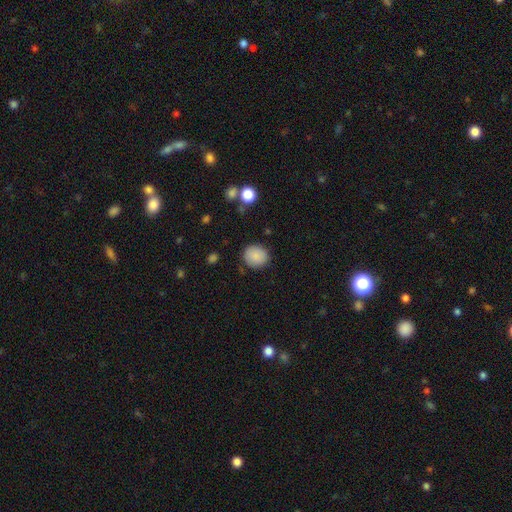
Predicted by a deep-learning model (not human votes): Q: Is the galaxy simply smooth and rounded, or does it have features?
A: smooth — 87%.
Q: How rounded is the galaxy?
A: round — 81%.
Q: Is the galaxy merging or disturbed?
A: none — 86%.